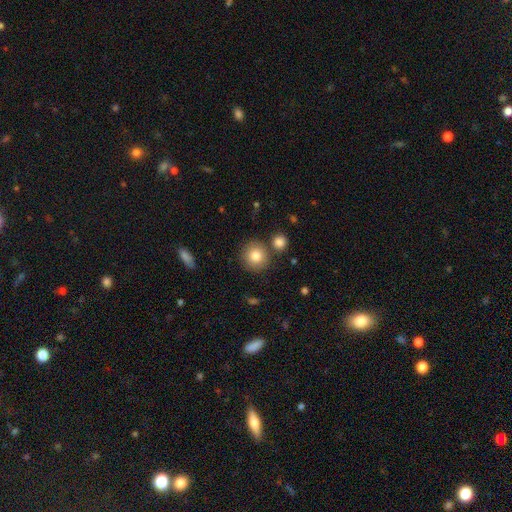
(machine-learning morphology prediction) smooth_or_featured: smooth (p=0.83) [alt: star or artifact p=0.09]
how_rounded: round (p=0.91) [alt: in between p=0.08]
merging: none (p=0.79) [alt: merger p=0.09]